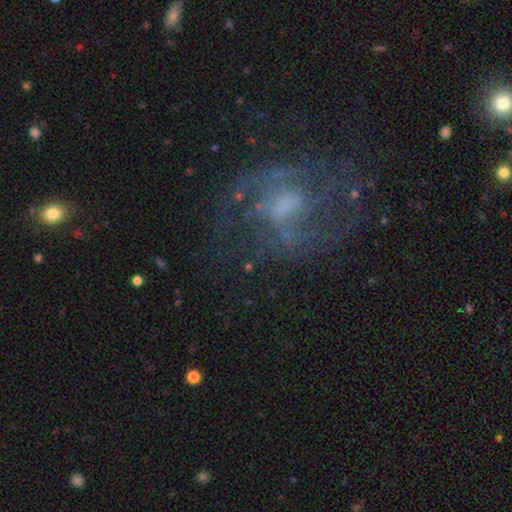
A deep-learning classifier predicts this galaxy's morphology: featured or disk 75%, star or artifact 15%, smooth 10%. Down the decision tree: edge-on disk — no (97%); bar — weak (50%); spiral arms — yes (90%); spiral arm count — 2 (67%); spiral winding — medium (52%); bulge size — small (37%, tied with moderate); merging — none (69%).